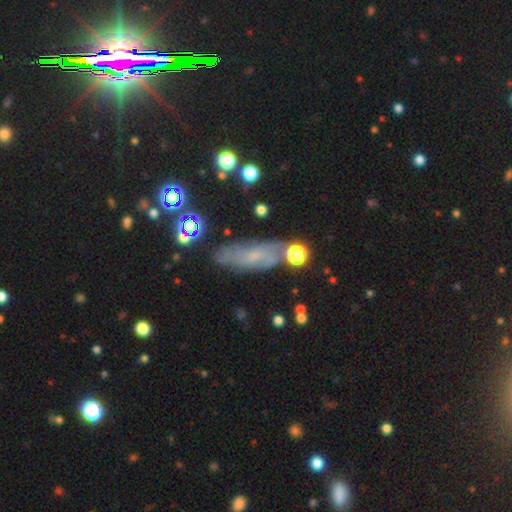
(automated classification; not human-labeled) A featured or disk galaxy (45%).

Vote fractions:
- Smooth or featured? featured or disk: 45% / smooth: 38% / star or artifact: 17%
- Merging? none: 69% / minor disturbance: 18% / merger: 6% / major disturbance: 6%